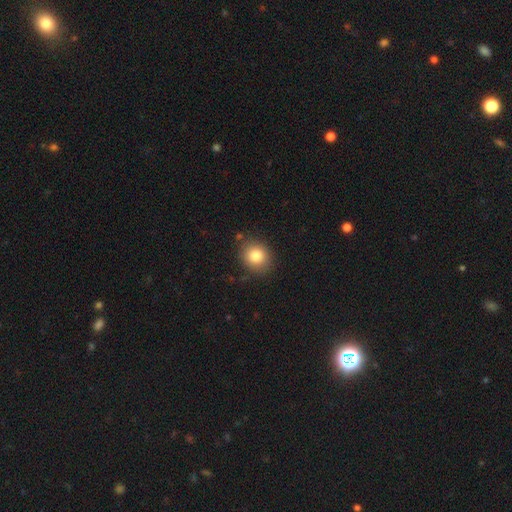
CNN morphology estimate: type=smooth (83%); roundness=round (73%); merging=none (85%).